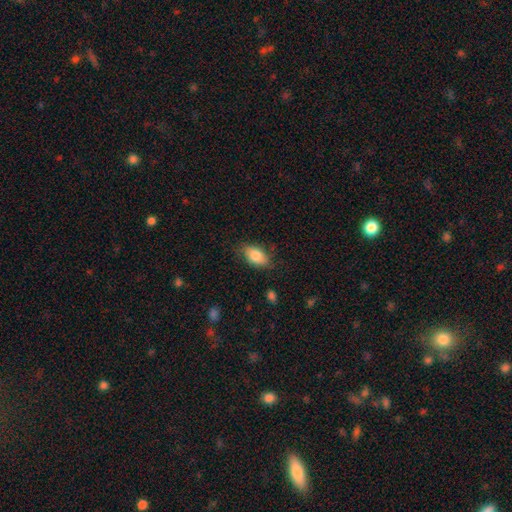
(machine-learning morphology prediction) type=smooth (82%); roundness=in between (91%); merging=none (77%).